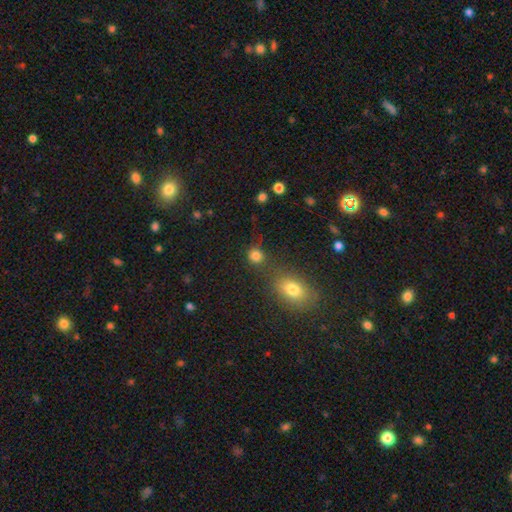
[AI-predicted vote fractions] smooth_or_featured: smooth (p=0.81) [alt: star or artifact p=0.14]
how_rounded: round (p=0.83) [alt: in between p=0.16]
merging: none (p=0.65) [alt: merger p=0.18]